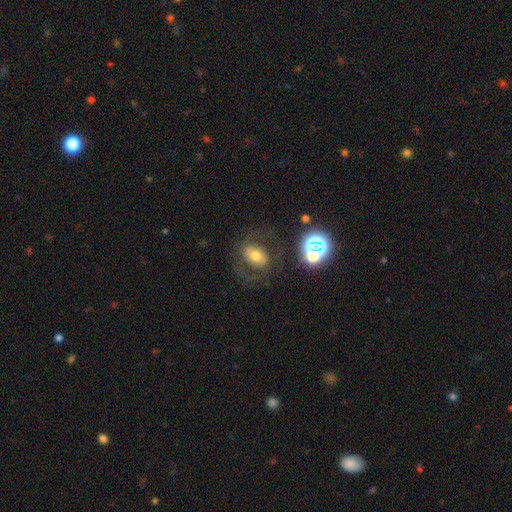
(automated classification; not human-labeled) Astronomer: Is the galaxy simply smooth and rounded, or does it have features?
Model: featured or disk — 48% (runner-up: smooth, 37%).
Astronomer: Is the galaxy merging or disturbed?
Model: none — 66%.